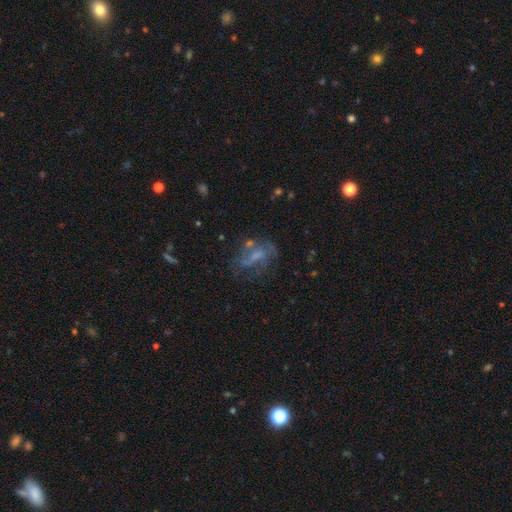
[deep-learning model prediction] smooth-or-featured: featured or disk: 56% | smooth: 29% | star or artifact: 14%
  disk-edge-on: no: 94% | yes: 6%
    bar: no: 47% | weak: 37% | strong: 16%
    has-spiral-arms: no: 50% (tied) | yes: 50% (tied)
    bulge-size: none: 39% | small: 28% | moderate: 26% | large: 5% | dominant: 1%
  merging: none: 42% | major disturbance: 29% | minor disturbance: 21% | merger: 8%